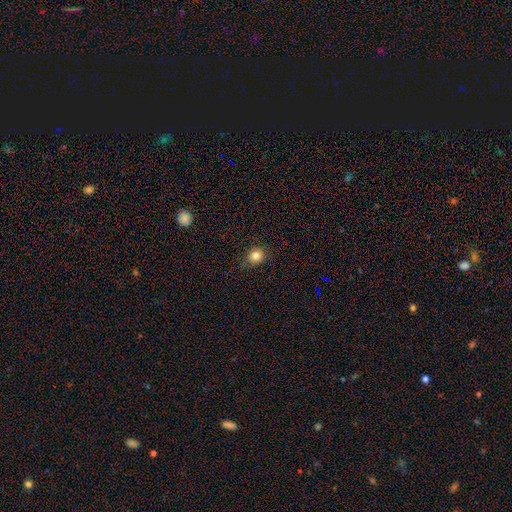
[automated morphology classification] A smooth galaxy with no disk features (83%) that is round (76%).

Vote fractions:
- Smooth or featured? smooth: 83% / star or artifact: 11% / featured or disk: 5%
- How rounded? round: 76% / in between: 23% / cigar-shaped: 1%
- Merging? none: 83% / minor disturbance: 13% / major disturbance: 3% / merger: 1%